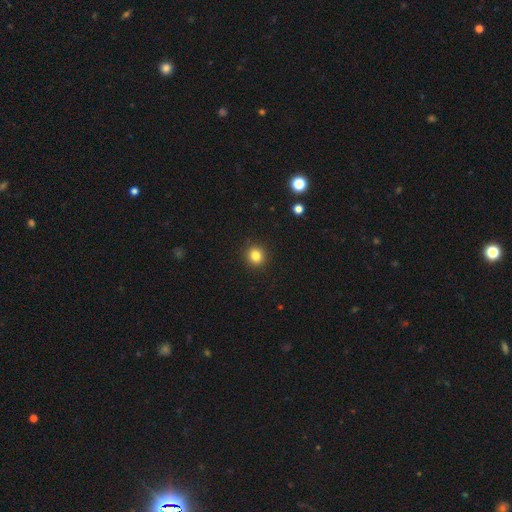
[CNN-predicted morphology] smooth_or_featured: smooth (p=0.83) [alt: star or artifact p=0.12]
how_rounded: round (p=0.87) [alt: in between p=0.12]
merging: none (p=0.92) [alt: minor disturbance p=0.05]